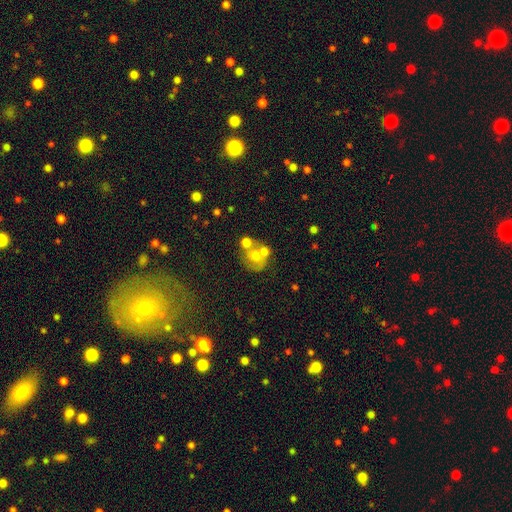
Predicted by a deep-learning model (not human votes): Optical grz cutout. It shows a smooth galaxy with no disk features (50%) that is round (72%). Merging: merger (48%).